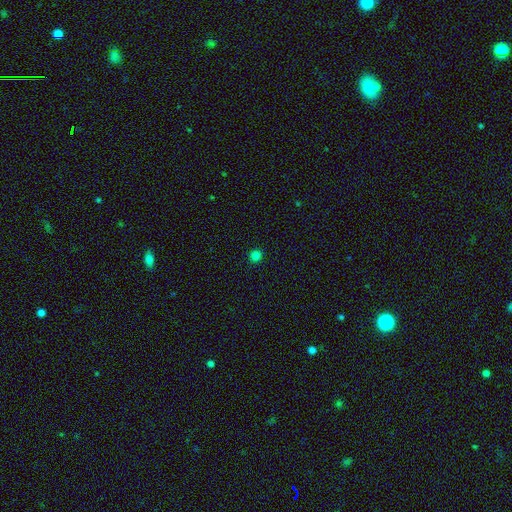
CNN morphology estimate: type=smooth (80%); roundness=round (93%); merging=none (93%).